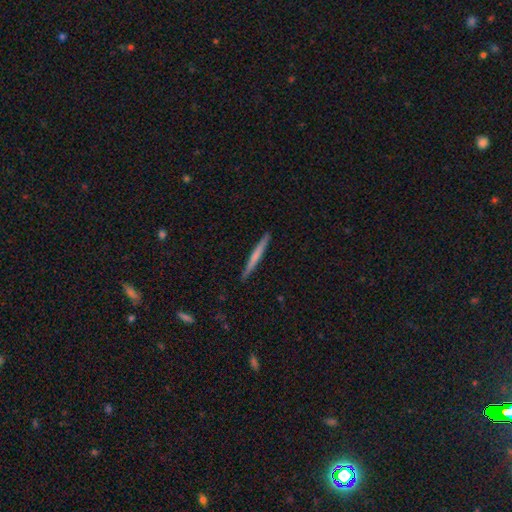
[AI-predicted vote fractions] Smooth or featured?
  - smooth: 55% *
  - featured or disk: 40%
  - star or artifact: 5%
How rounded?
  - cigar-shaped: 97% *
  - in between: 2%
  - round: 1%
Merging?
  - none: 92% *
  - minor disturbance: 6%
  - major disturbance: 1%
  - merger: 1%